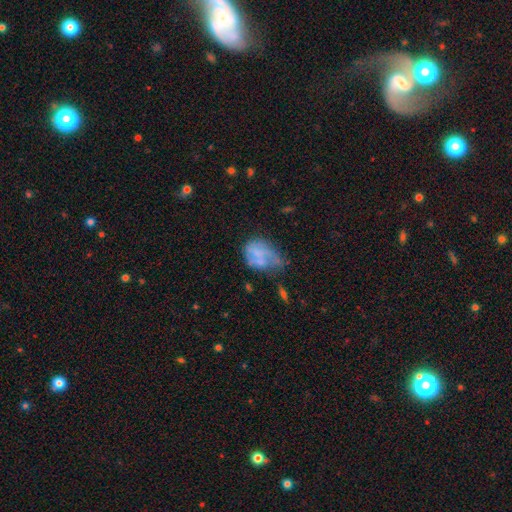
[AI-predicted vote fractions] This is possibly a smooth galaxy (46%). Merging: marginally major disturbance (31%, tied with minor disturbance).